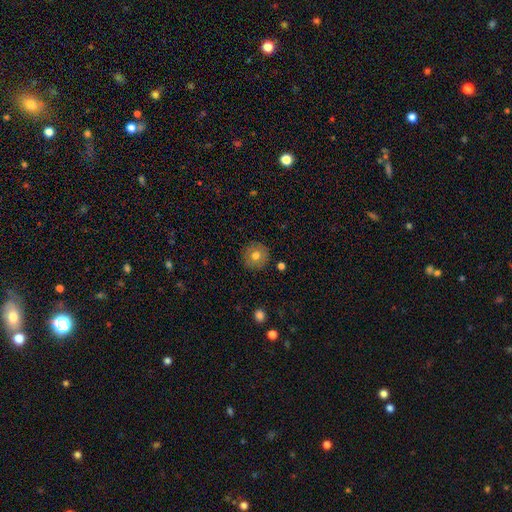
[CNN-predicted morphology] smooth-or-featured: smooth: 70% | featured or disk: 20% | star or artifact: 9%
  how-rounded: round: 94% | in between: 5% | cigar-shaped: 1%
  merging: none: 88% | minor disturbance: 8% | major disturbance: 2% | merger: 1%